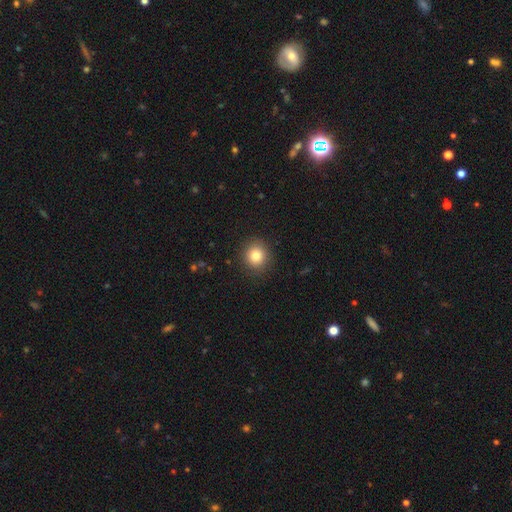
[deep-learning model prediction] Smooth or featured: smooth — 82% (star or artifact — 11%)
How rounded: round — 90% (in between — 10%)
Merging: none — 90% (minor disturbance — 6%)